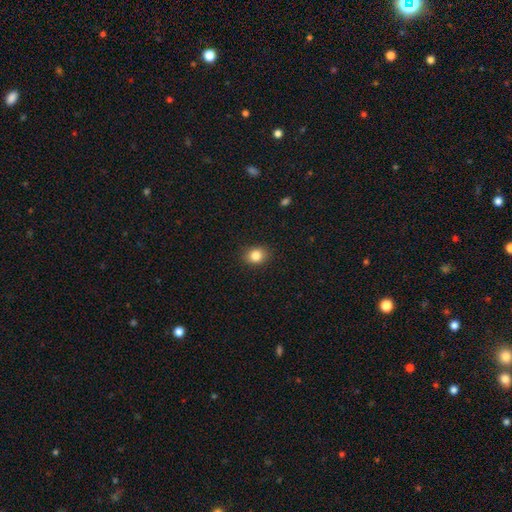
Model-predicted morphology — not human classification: type=smooth (84%); roundness=round (62%); merging=none (89%).